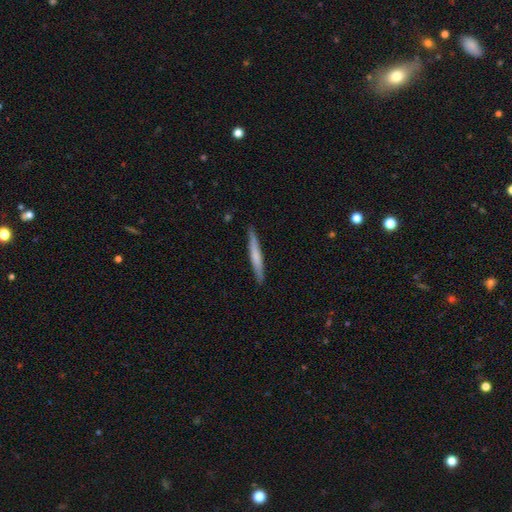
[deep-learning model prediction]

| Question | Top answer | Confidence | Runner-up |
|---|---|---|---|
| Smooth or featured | smooth | 57% | featured or disk (38%) |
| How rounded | cigar-shaped | 96% | in between (3%) |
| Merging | none | 90% | minor disturbance (7%) |